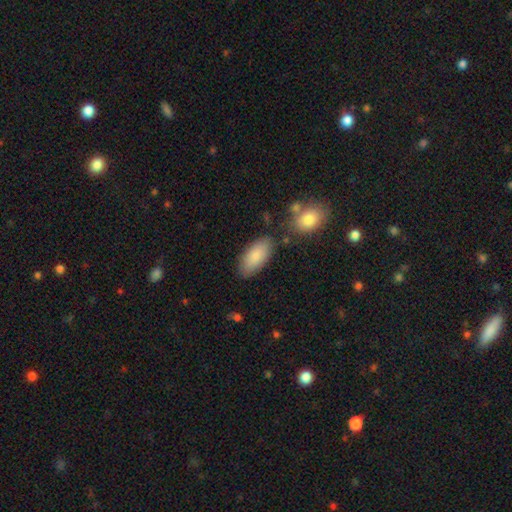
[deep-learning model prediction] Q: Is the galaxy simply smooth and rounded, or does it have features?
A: smooth — 85%.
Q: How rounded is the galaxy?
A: in between — 89%.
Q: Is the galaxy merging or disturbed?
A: none — 77%.